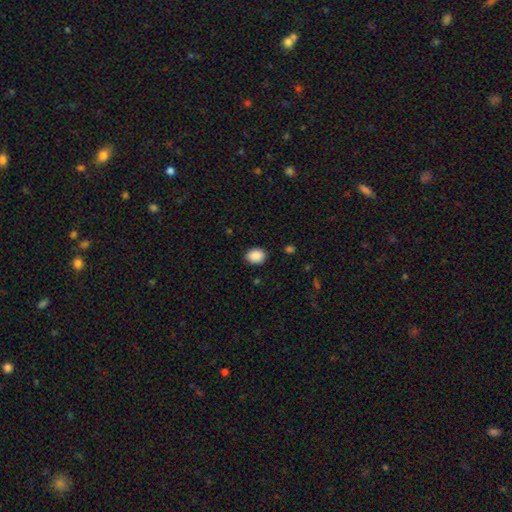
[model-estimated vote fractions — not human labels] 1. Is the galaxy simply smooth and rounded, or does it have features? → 90% smooth, 8% star or artifact, 3% featured or disk.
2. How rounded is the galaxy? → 59% in between, 40% round, 1% cigar-shaped.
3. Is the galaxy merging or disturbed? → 88% none, 9% minor disturbance, 2% major disturbance, 1% merger.